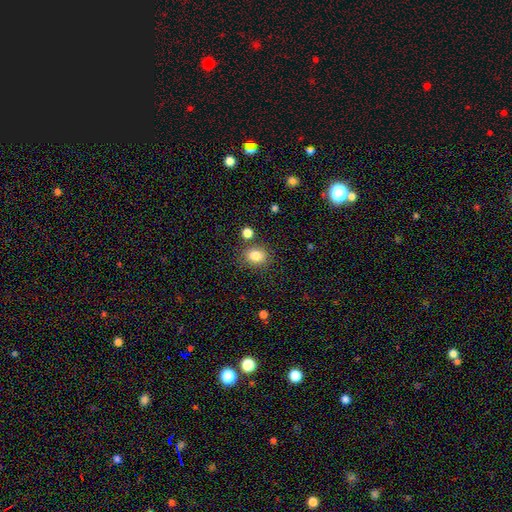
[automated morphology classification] This appears to be a smooth galaxy with no disk features (83%) that is round (52%). Merging: none (76%).